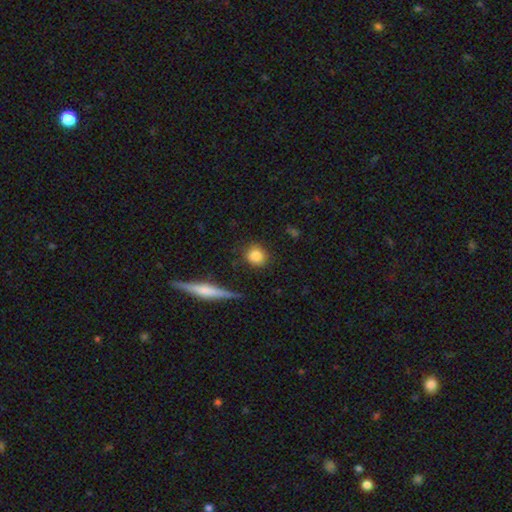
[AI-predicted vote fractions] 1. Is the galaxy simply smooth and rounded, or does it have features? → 83% smooth, 8% star or artifact, 8% featured or disk.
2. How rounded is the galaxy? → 77% round, 19% in between, 4% cigar-shaped.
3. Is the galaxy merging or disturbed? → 80% none, 12% minor disturbance, 4% major disturbance, 4% merger.